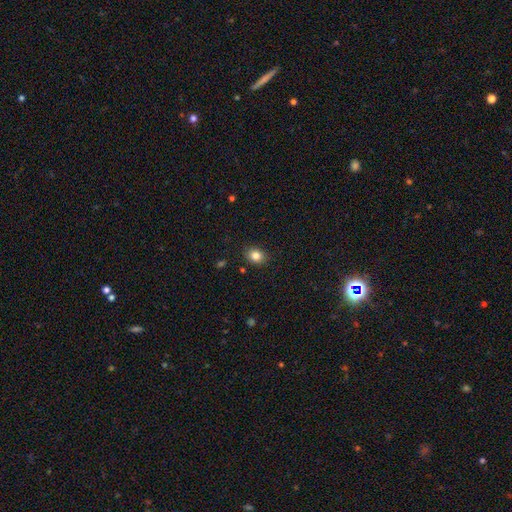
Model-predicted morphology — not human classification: Smooth or featured? smooth (84%)
How rounded? round (52%)
Merging? none (88%)